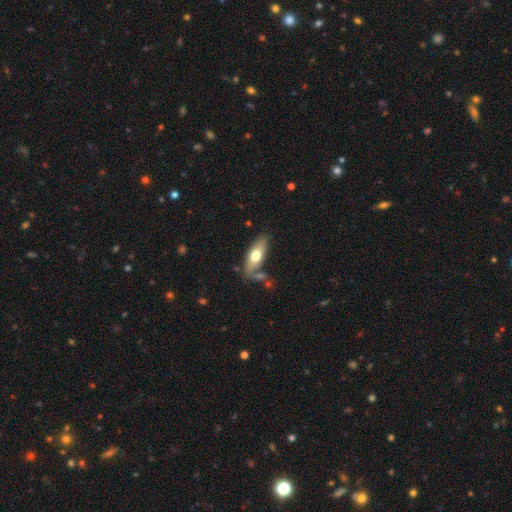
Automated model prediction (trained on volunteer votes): Smooth or featured? smooth (64%)
How rounded? in between (72%)
Merging? none (68%)